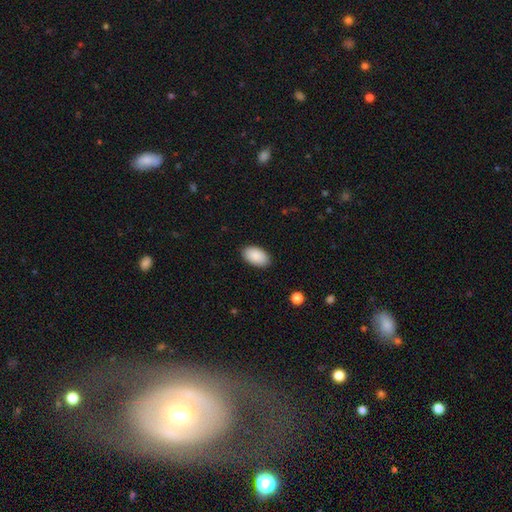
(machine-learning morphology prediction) Smooth or featured?
  - smooth: 91% *
  - star or artifact: 6%
  - featured or disk: 3%
How rounded?
  - in between: 95% *
  - round: 3%
  - cigar-shaped: 1%
Merging?
  - none: 89% *
  - minor disturbance: 8%
  - major disturbance: 2%
  - merger: 1%